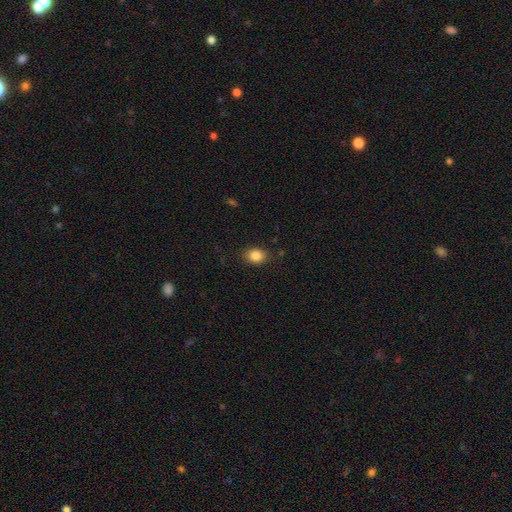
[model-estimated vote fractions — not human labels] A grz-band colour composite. It shows a smooth galaxy with no disk features (85%) that is in between round and cigar-shaped (58%). Merging: none (85%).